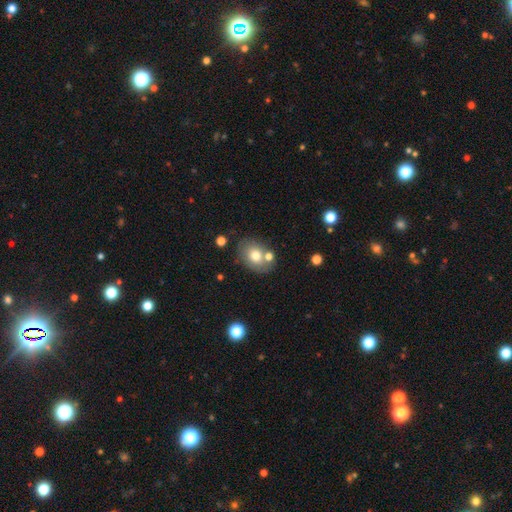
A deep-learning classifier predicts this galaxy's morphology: This is likely a smooth galaxy (71%). How rounded: likely in between (60%). Merging: likely none (64%).